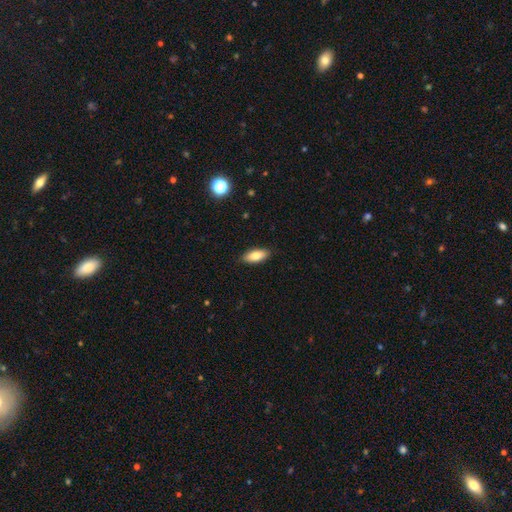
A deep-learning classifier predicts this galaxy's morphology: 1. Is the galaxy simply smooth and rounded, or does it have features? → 80% smooth, 13% featured or disk, 7% star or artifact.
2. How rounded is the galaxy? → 83% in between, 15% cigar-shaped, 2% round.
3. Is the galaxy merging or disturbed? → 89% none, 9% minor disturbance, 2% major disturbance, 1% merger.